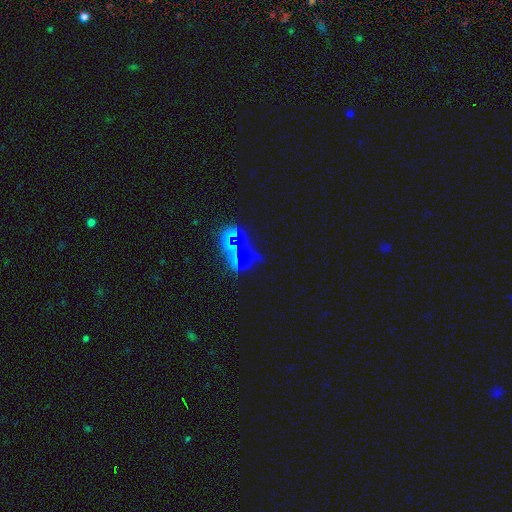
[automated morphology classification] type=star or artifact (67%).